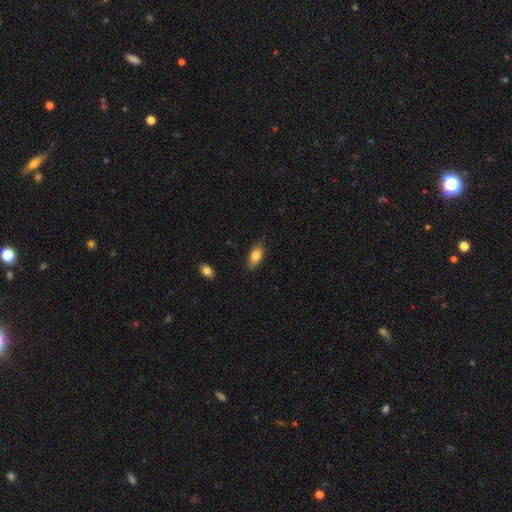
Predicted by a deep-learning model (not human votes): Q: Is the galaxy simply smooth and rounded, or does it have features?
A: smooth — 80%.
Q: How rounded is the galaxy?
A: in between — 87%.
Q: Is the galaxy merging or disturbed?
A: none — 81%.